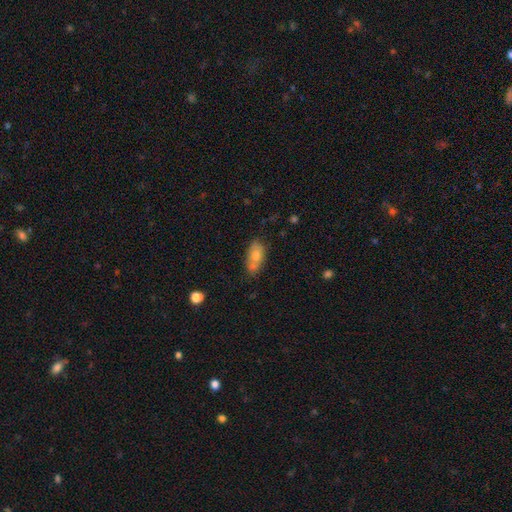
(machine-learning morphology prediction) Smooth or featured? Predicted: smooth (p=0.71). How rounded? Predicted: in between (p=0.88). Merging? Predicted: none (p=0.53).